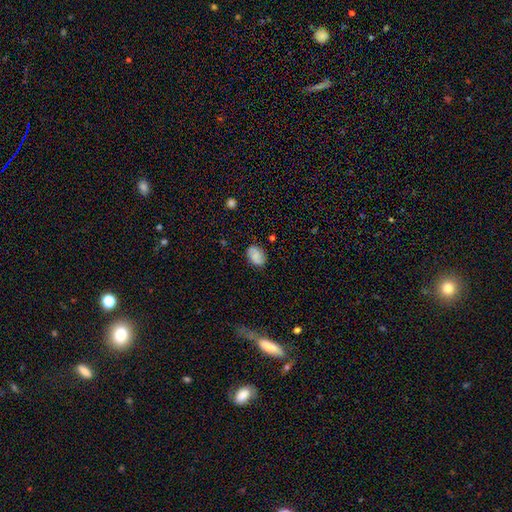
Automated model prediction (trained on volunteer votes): Smooth or featured? smooth (56%)
How rounded? in between (77%)
Merging? none (80%)